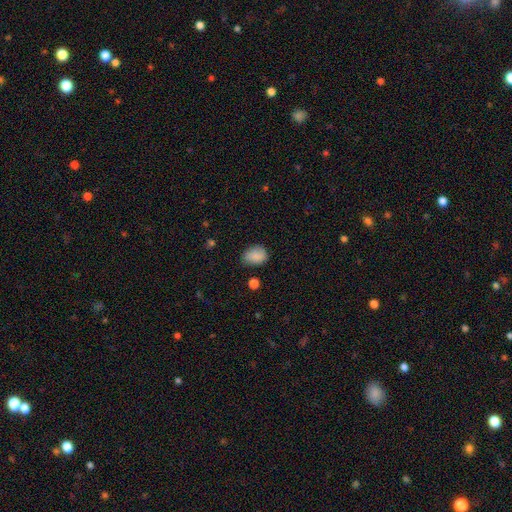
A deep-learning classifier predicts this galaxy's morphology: smooth 84%, star or artifact 8%, featured or disk 7%. Down the decision tree: how rounded — in between (62%); merging — none (71%).